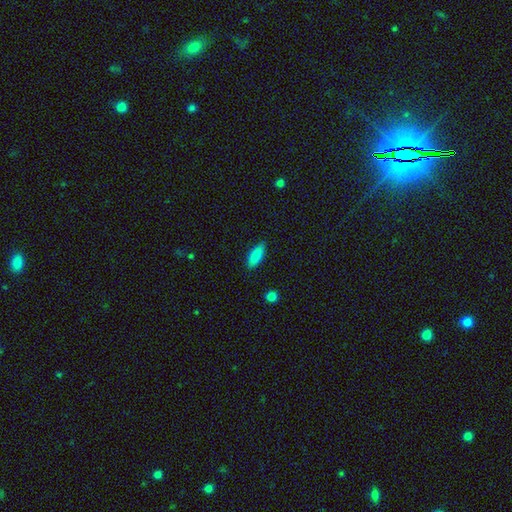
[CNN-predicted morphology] This is clearly a smooth galaxy (87%). How rounded: likely in between (73%). Merging: clearly none (86%).